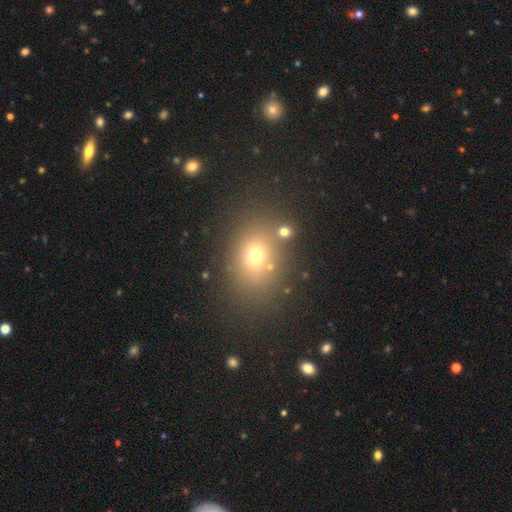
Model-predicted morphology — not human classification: smooth-or-featured: smooth: 69% | star or artifact: 19% | featured or disk: 12%
  how-rounded: in between: 60% | round: 38% | cigar-shaped: 1%
  merging: none: 77% | minor disturbance: 11% | merger: 7% | major disturbance: 5%